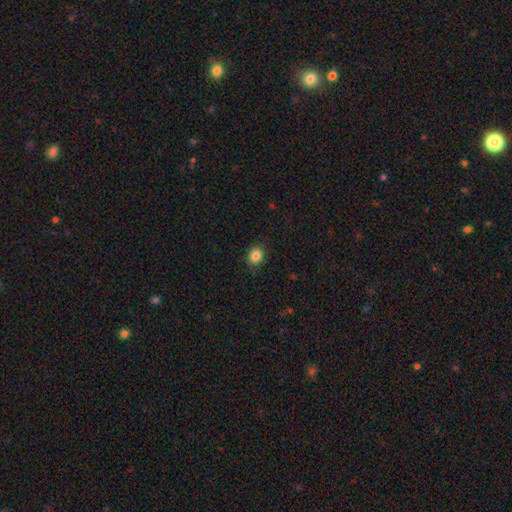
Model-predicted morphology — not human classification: Smooth or featured: smooth — 85% (star or artifact — 10%)
How rounded: round — 71% (in between — 28%)
Merging: none — 87% (minor disturbance — 9%)